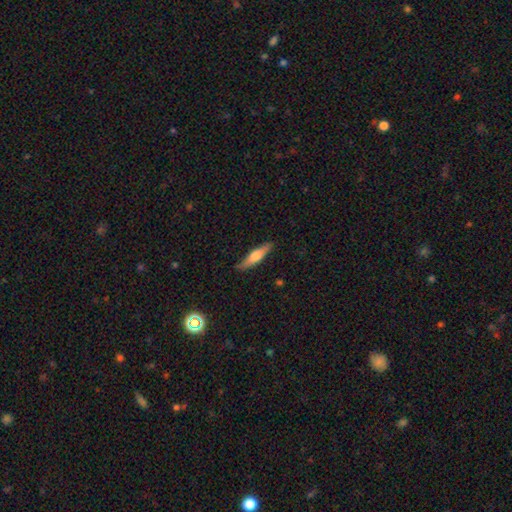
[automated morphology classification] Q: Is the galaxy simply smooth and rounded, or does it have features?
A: smooth — 52%.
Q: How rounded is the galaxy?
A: cigar-shaped — 77%.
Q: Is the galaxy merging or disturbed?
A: none — 83%.